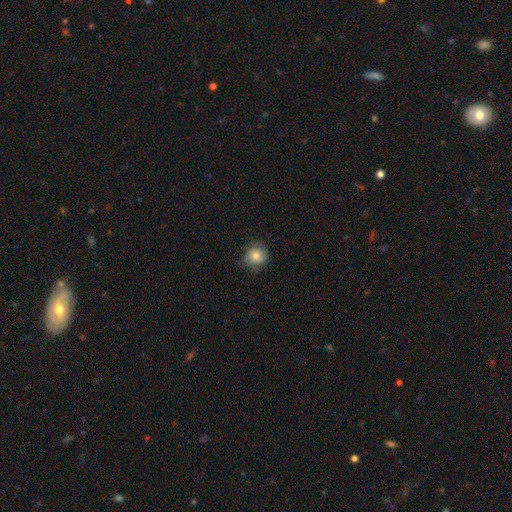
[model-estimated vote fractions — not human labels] smooth_or_featured: smooth (p=0.74) [alt: featured or disk p=0.17]
how_rounded: round (p=0.86) [alt: in between p=0.13]
merging: none (p=0.74) [alt: minor disturbance p=0.20]